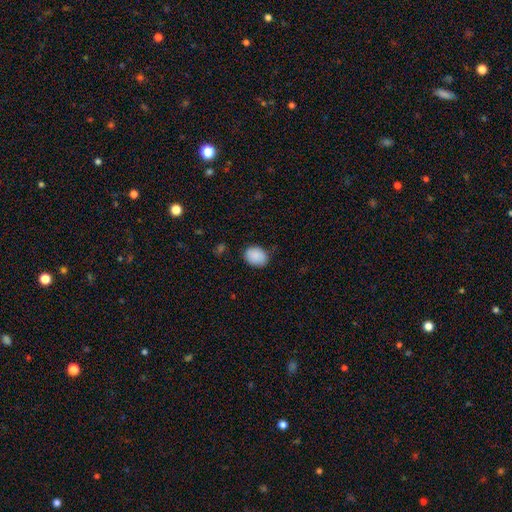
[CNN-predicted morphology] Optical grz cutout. It shows a smooth galaxy with no disk features (89%) that is in between round and cigar-shaped (65%). Merging: none (80%).